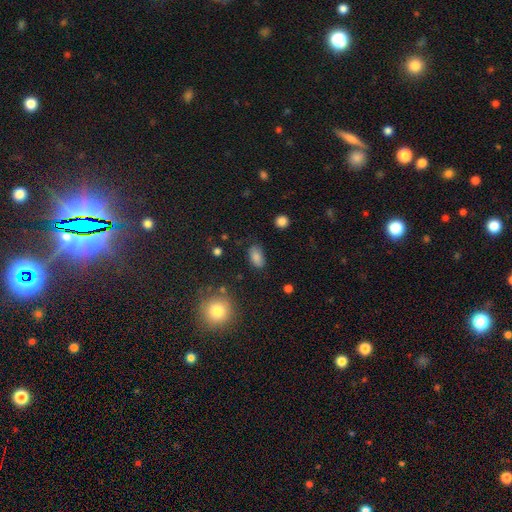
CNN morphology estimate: type=smooth (82%); roundness=in between (91%); merging=none (76%).